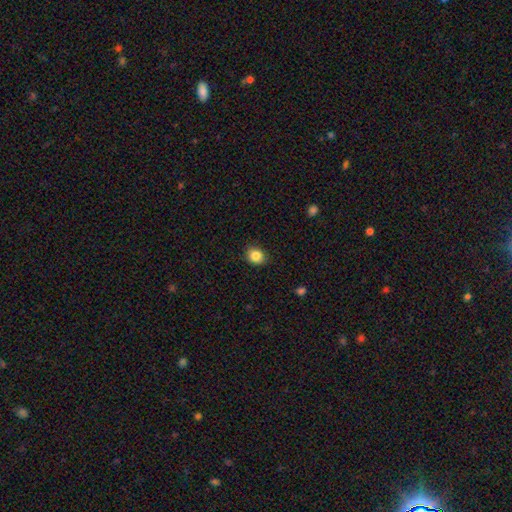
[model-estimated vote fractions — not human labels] Smooth or featured?
  - smooth: 86% *
  - star or artifact: 10%
  - featured or disk: 5%
How rounded?
  - round: 67% *
  - in between: 32%
  - cigar-shaped: 1%
Merging?
  - none: 86% *
  - minor disturbance: 10%
  - major disturbance: 2%
  - merger: 1%